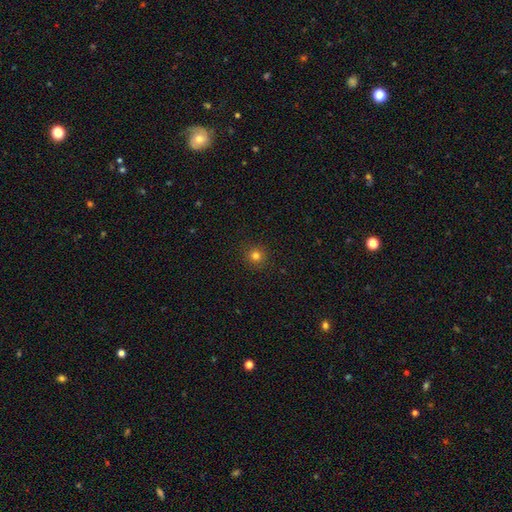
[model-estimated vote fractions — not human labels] The model was most divided on "smooth or featured": smooth: 79%, star or artifact: 15%, featured or disk: 6%. More confident: how rounded — round (93%); merging — none (91%).